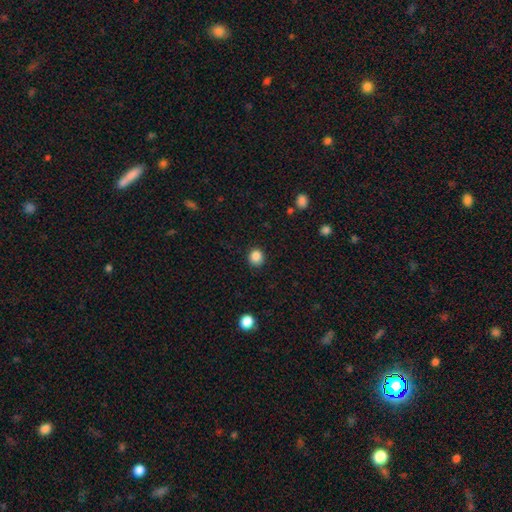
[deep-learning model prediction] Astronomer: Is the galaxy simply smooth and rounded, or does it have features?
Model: smooth — 86%.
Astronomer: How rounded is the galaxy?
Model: round — 87%.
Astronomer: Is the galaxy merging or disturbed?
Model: none — 90%.